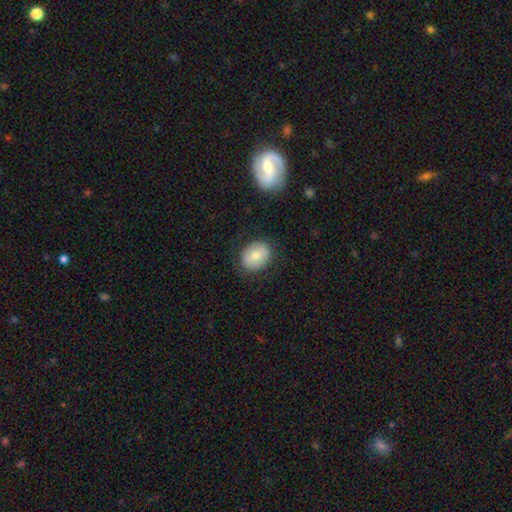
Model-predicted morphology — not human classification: This appears to be a smooth galaxy with no disk features (72%) that is round (53%). Merging: none (81%).